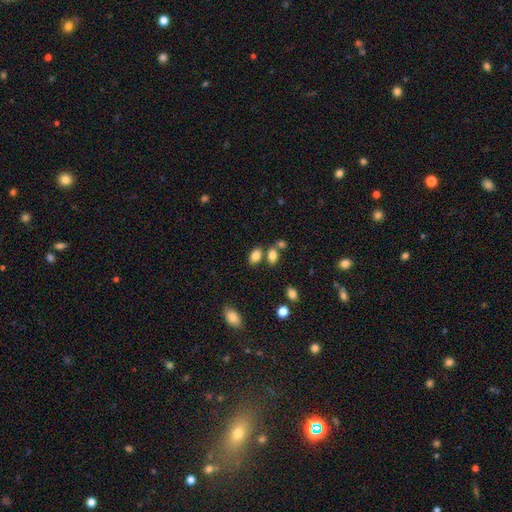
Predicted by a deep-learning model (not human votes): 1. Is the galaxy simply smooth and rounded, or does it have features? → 83% smooth, 10% star or artifact, 8% featured or disk.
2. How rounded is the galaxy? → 88% in between, 10% round, 2% cigar-shaped.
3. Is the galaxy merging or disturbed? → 66% none, 19% merger, 12% minor disturbance, 4% major disturbance.